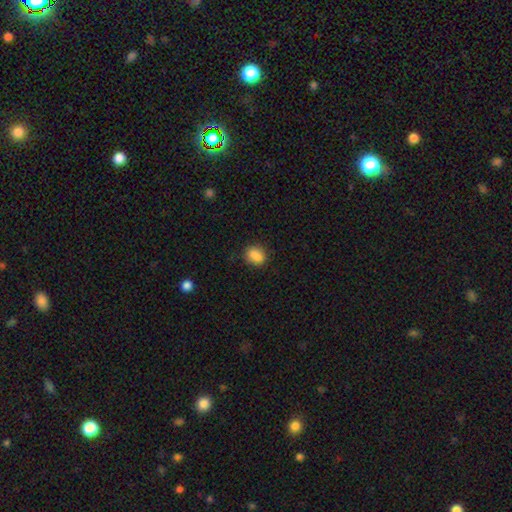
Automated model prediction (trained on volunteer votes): Smooth or featured? smooth (85%)
How rounded? in between (59%)
Merging? none (73%)